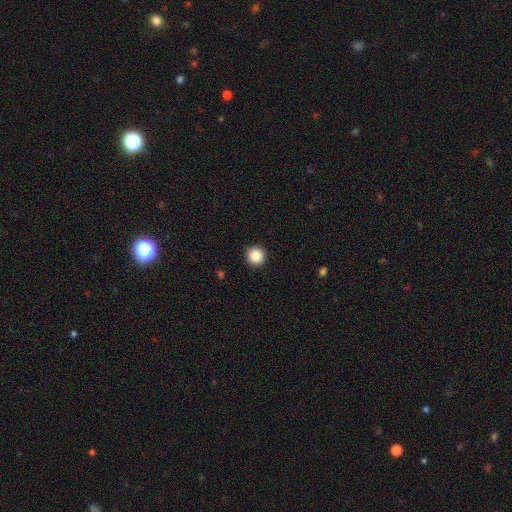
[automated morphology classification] Smooth or featured?
  - smooth: 86% *
  - star or artifact: 10%
  - featured or disk: 4%
How rounded?
  - round: 95% *
  - in between: 4%
  - cigar-shaped: 1%
Merging?
  - none: 93% *
  - minor disturbance: 5%
  - major disturbance: 2%
  - merger: 1%